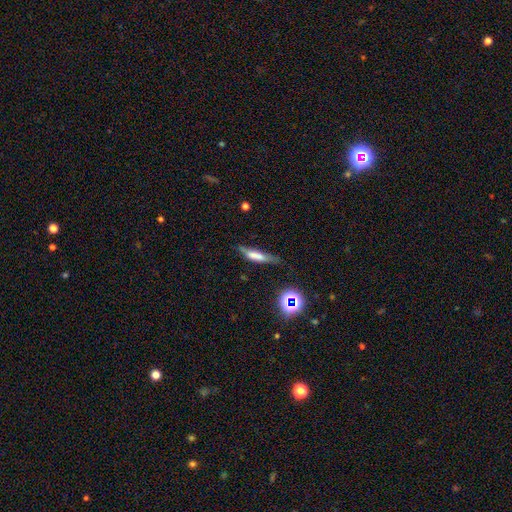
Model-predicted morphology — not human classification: Smooth or featured? Predicted: smooth (p=0.56). How rounded? Predicted: cigar-shaped (p=0.78). Merging? Predicted: none (p=0.59).